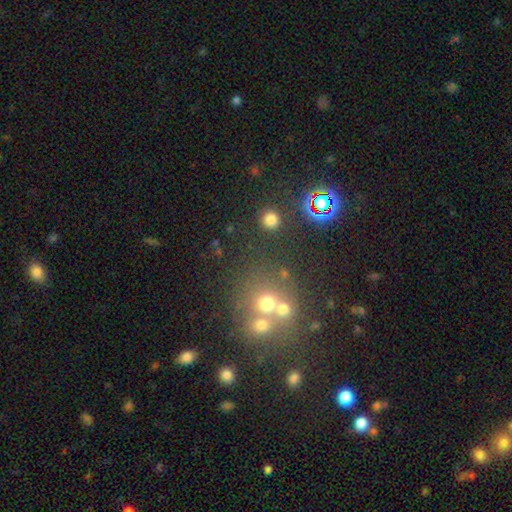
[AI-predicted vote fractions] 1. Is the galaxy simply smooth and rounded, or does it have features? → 46% smooth, 37% star or artifact, 17% featured or disk.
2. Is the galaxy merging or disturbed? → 53% none, 35% merger, 8% minor disturbance, 5% major disturbance.